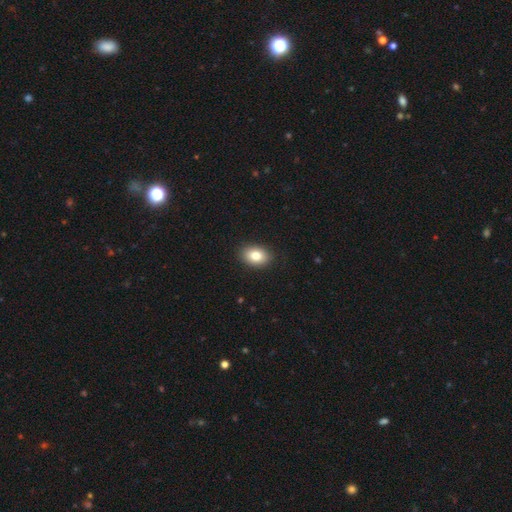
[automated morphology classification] Smooth or featured: smooth — 83% (featured or disk — 9%)
How rounded: in between — 82% (round — 17%)
Merging: none — 89% (minor disturbance — 8%)